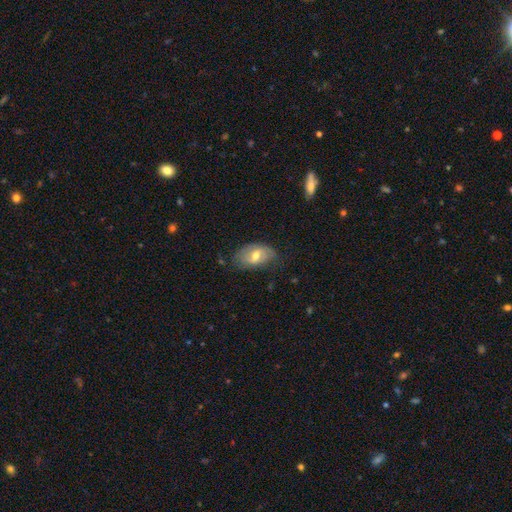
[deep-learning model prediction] A smooth galaxy with no disk features (47%).

Vote fractions:
- Smooth or featured? smooth: 47% / featured or disk: 46% / star or artifact: 7%
- Merging? none: 65% / minor disturbance: 27% / major disturbance: 7% / merger: 1%